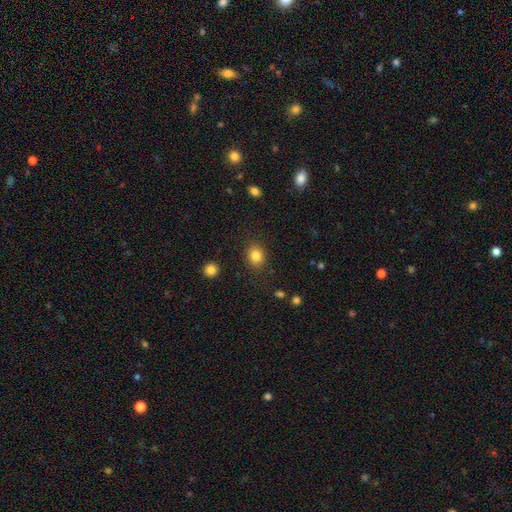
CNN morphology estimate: smooth_or_featured: smooth (p=0.83) [alt: star or artifact p=0.10]
how_rounded: round (p=0.56) [alt: in between p=0.43]
merging: none (p=0.86) [alt: minor disturbance p=0.09]